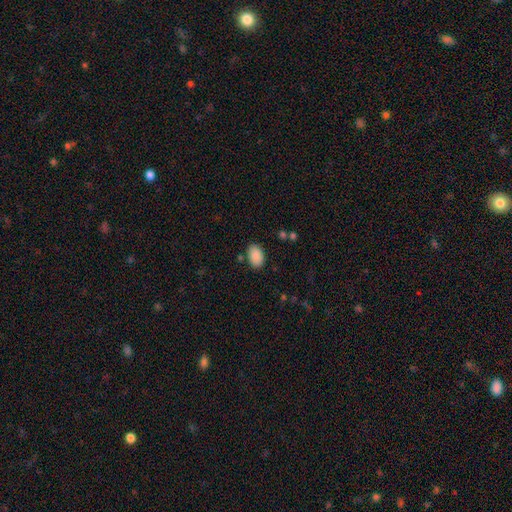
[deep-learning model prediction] Morphology: type=smooth (90%); roundness=in between (91%); merging=none (82%).